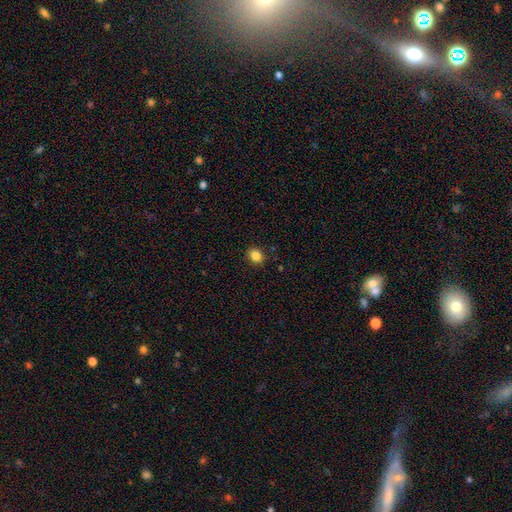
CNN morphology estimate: smooth 86%, star or artifact 10%, featured or disk 4%. Down the decision tree: how rounded — round (52%); merging — none (88%).